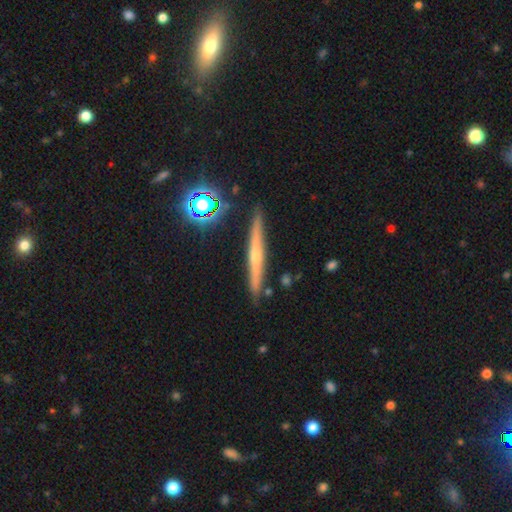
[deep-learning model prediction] This appears to be a featured or disk galaxy (61%) viewed edge-on (96%) with a rounded central bulge (66%). Merging: none (88%).